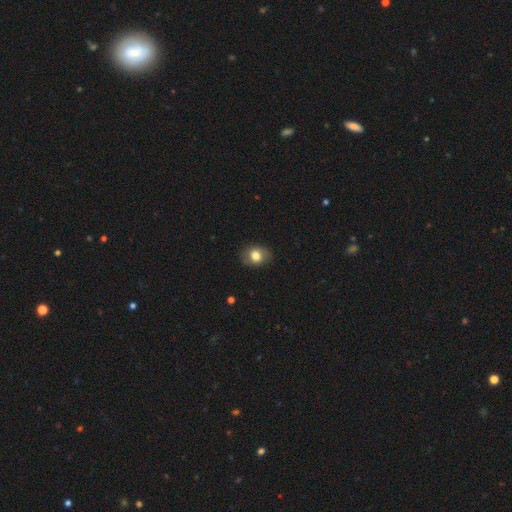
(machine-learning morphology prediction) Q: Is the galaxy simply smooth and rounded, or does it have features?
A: smooth — 77%.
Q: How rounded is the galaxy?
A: in between — 56%.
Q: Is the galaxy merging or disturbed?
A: none — 82%.